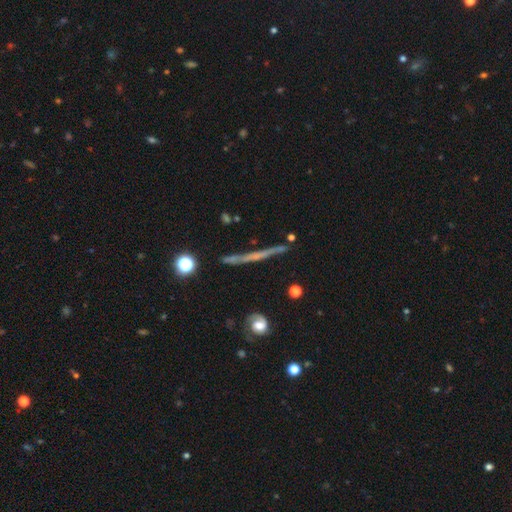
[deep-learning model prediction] Morphology: type=featured or disk (59%); edge-on=yes (95%); edge-on bulge=none (83%); merging=none (82%).